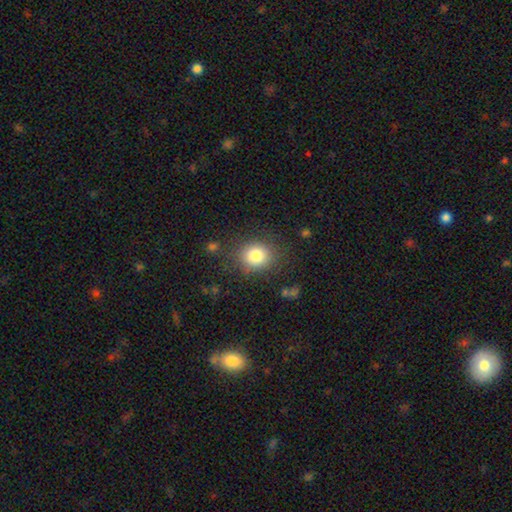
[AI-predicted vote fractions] smooth_or_featured: smooth (p=0.81) [alt: star or artifact p=0.11]
how_rounded: round (p=0.77) [alt: in between p=0.22]
merging: none (p=0.82) [alt: minor disturbance p=0.11]